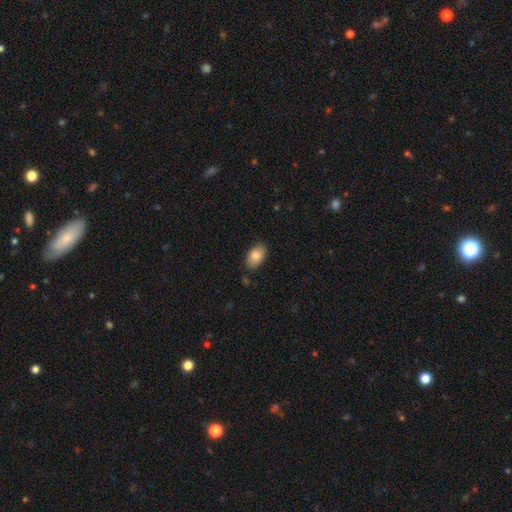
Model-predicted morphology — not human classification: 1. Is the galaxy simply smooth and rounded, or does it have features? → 84% smooth, 9% featured or disk, 7% star or artifact.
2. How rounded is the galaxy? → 92% in between, 6% round, 2% cigar-shaped.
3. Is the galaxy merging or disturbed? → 82% none, 13% minor disturbance, 2% major disturbance, 2% merger.